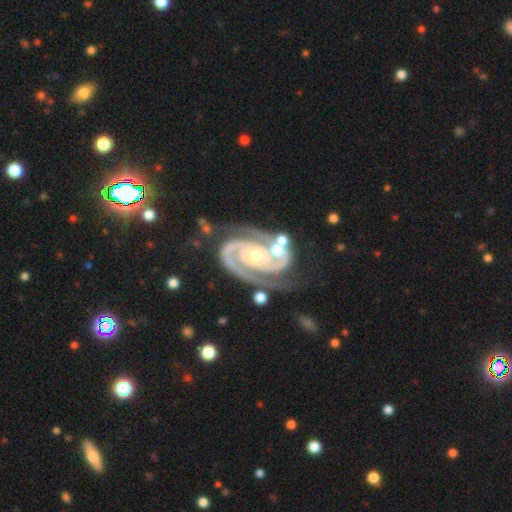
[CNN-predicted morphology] Smooth or featured? featured or disk (94%)
Edge-on disk? no (98%)
Bar? no (65%)
Spiral arms? yes (99%)
Spiral winding? tight (68%)
Spiral arm count? 2 (91%)
Bulge size? moderate (50%)
Merging? none (65%)